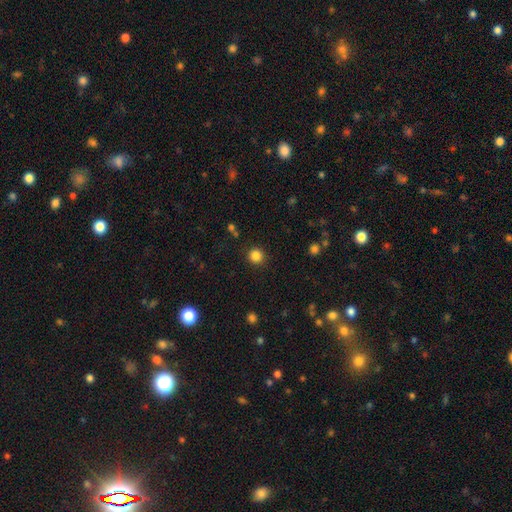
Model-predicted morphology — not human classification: smooth 84%, star or artifact 12%, featured or disk 4%. Down the decision tree: how rounded — round (94%); merging — none (90%).